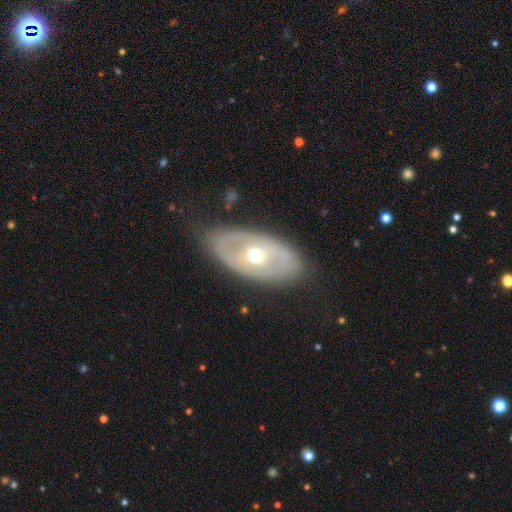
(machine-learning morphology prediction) Smooth or featured? featured or disk (62%)
Edge-on disk? no (87%)
Bar? no (77%)
Spiral arms? no (78%)
Bulge size? moderate (62%)
Merging? none (79%)